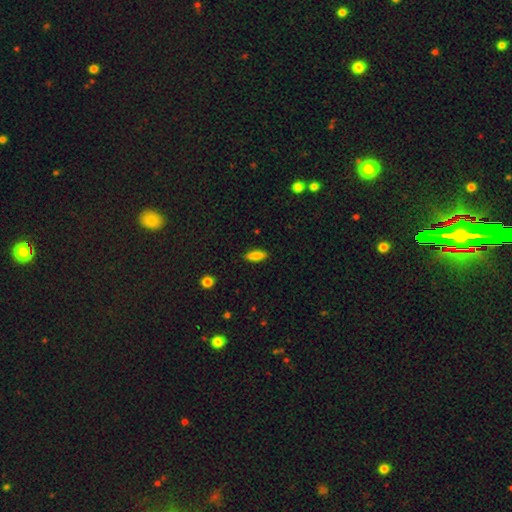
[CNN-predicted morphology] smooth 85%, featured or disk 8%, star or artifact 7%. Down the decision tree: how rounded — in between (64%); merging — none (88%).